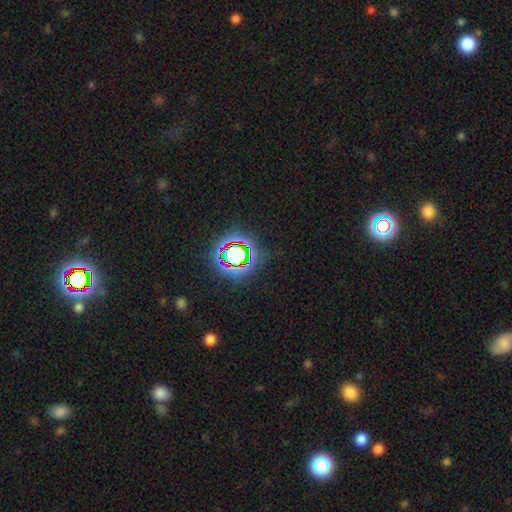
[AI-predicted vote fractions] Smooth or featured? Predicted: star or artifact (p=0.79).